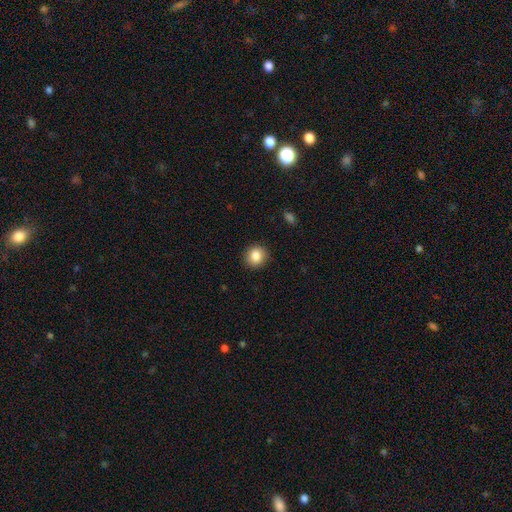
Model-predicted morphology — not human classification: Smooth or featured? Predicted: smooth (p=0.86). How rounded? Predicted: round (p=0.81). Merging? Predicted: none (p=0.90).